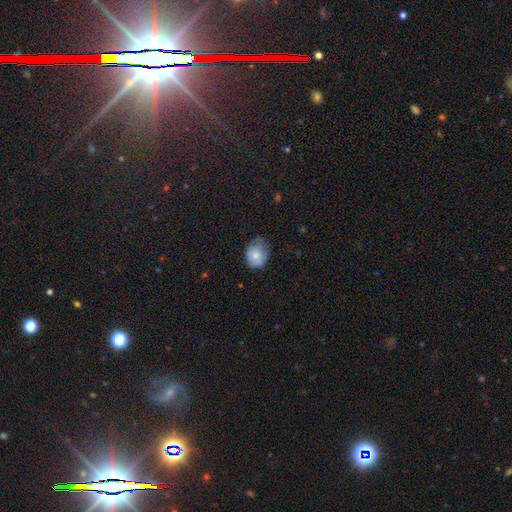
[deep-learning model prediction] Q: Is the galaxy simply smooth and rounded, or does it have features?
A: smooth — 75%.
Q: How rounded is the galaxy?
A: round — 55%.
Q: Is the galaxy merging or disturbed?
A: none — 51%.